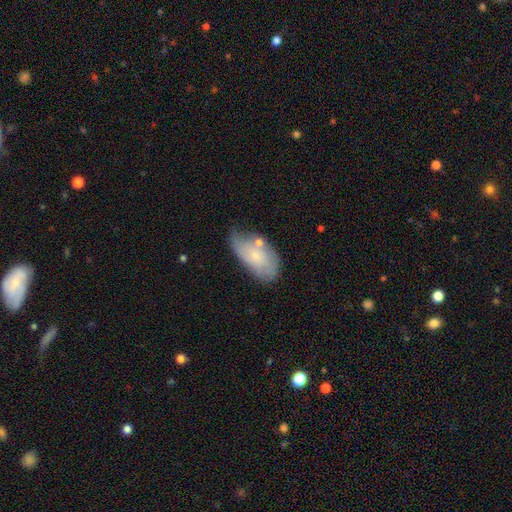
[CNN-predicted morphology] smooth-or-featured: smooth: 57% | featured or disk: 35% | star or artifact: 7%
  how-rounded: in between: 93% | round: 4% | cigar-shaped: 3%
  merging: none: 41% | minor disturbance: 33% | merger: 13% | major disturbance: 13%